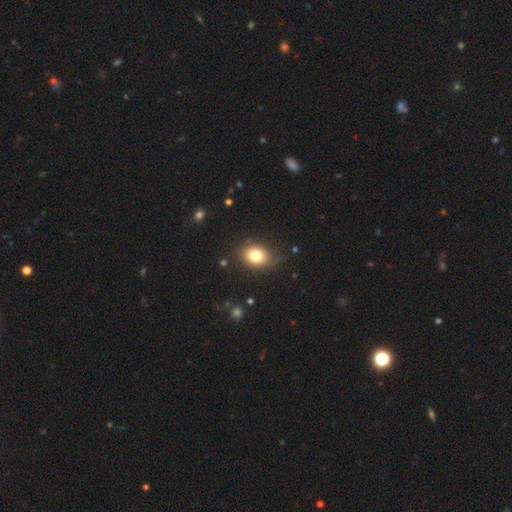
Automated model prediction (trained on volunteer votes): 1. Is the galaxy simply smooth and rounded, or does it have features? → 79% smooth, 11% featured or disk, 10% star or artifact.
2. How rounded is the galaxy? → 63% in between, 36% round, 1% cigar-shaped.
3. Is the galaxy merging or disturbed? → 74% none, 19% minor disturbance, 5% major disturbance, 2% merger.